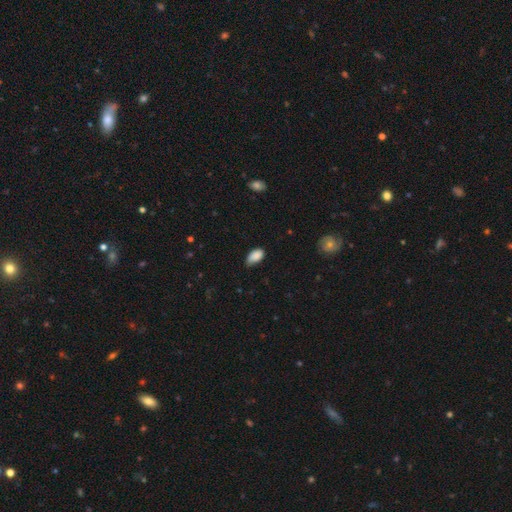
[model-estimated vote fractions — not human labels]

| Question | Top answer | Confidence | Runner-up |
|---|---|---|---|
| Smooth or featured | smooth | 87% | star or artifact (7%) |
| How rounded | in between | 93% | round (4%) |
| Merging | none | 58% | minor disturbance (34%) |